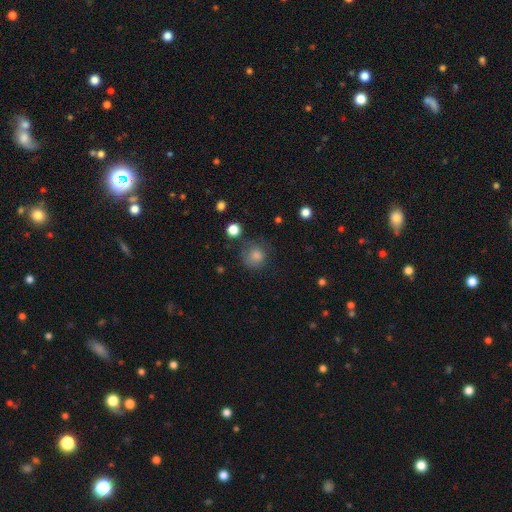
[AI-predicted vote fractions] smooth_or_featured: smooth (p=0.81) [alt: star or artifact p=0.11]
how_rounded: round (p=0.88) [alt: in between p=0.11]
merging: none (p=0.66) [alt: minor disturbance p=0.21]